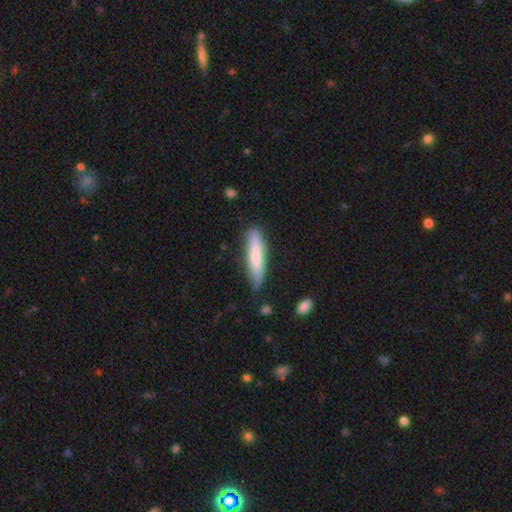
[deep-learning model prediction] smooth-or-featured: smooth: 70% | featured or disk: 24% | star or artifact: 6%
  how-rounded: cigar-shaped: 84% | in between: 15% | round: 1%
  merging: none: 73% | minor disturbance: 21% | major disturbance: 4% | merger: 2%